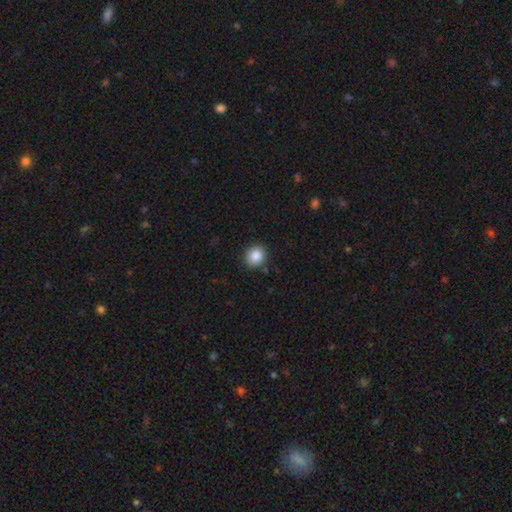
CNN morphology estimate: This is clearly a smooth galaxy (87%). How rounded: clearly round (85%). Merging: clearly none (89%).